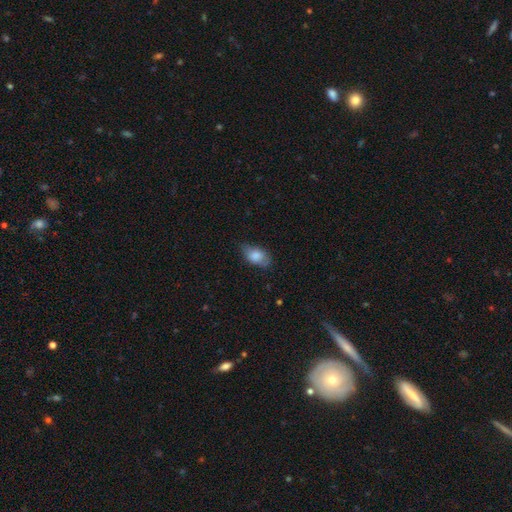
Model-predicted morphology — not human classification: Smooth or featured?
  - smooth: 82% *
  - featured or disk: 11%
  - star or artifact: 7%
How rounded?
  - in between: 90% *
  - round: 8%
  - cigar-shaped: 2%
Merging?
  - none: 66% *
  - minor disturbance: 27%
  - major disturbance: 6%
  - merger: 1%